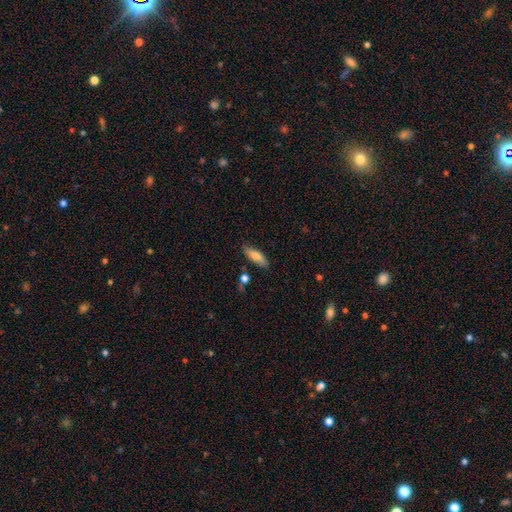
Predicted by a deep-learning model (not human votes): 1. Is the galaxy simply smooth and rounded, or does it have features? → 76% smooth, 17% featured or disk, 7% star or artifact.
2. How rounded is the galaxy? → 67% in between, 31% cigar-shaped, 2% round.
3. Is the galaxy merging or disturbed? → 80% none, 14% minor disturbance, 4% merger, 3% major disturbance.